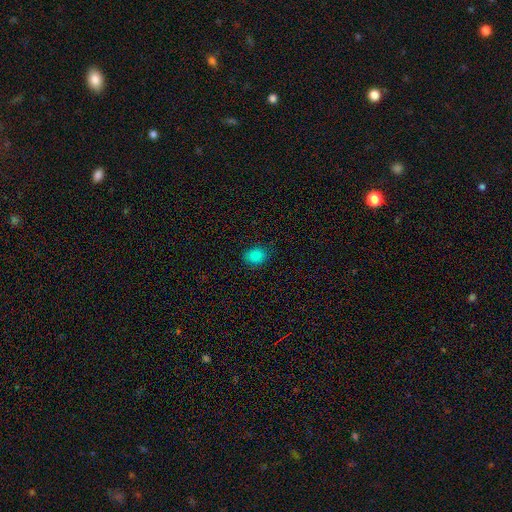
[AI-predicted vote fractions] Smooth or featured?
  - smooth: 84% *
  - star or artifact: 12%
  - featured or disk: 4%
How rounded?
  - in between: 59% *
  - round: 40%
  - cigar-shaped: 1%
Merging?
  - none: 81% *
  - minor disturbance: 15%
  - major disturbance: 3%
  - merger: 1%